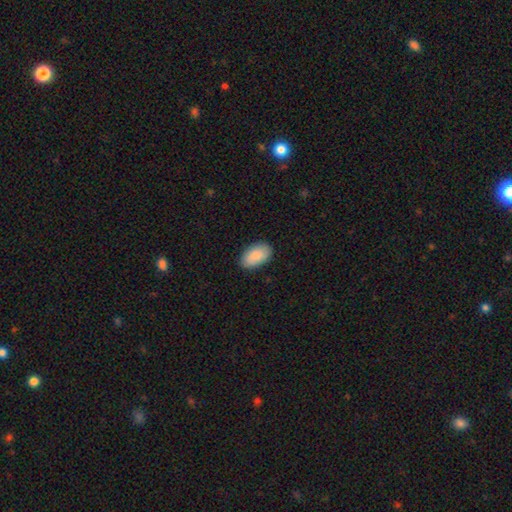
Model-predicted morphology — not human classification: Q: Smooth or featured?
A: smooth (89%); runner-up: featured or disk (6%)
Q: How rounded?
A: in between (95%); runner-up: round (4%)
Q: Merging?
A: none (87%); runner-up: minor disturbance (10%)